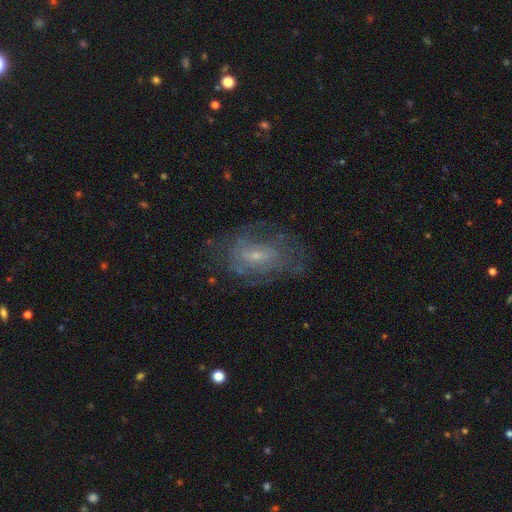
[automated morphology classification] Overall: featured or disk (63%; smooth 26%). Edge-on disk: no (95%). Bar: no (49%; weak 42%). Spiral arms: yes (64%; no 36%). Bulge size: small (71%). Merging: none (60%; minor disturbance 21%).